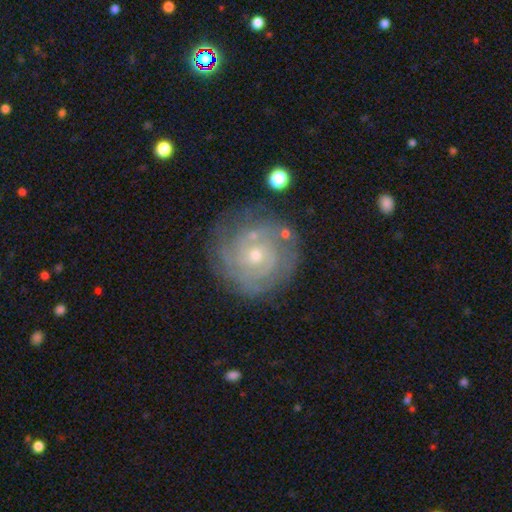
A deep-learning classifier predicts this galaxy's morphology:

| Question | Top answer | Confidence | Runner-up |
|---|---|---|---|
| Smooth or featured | featured or disk | 76% | smooth (17%) |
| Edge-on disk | no | 97% | yes (3%) |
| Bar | no | 80% | weak (17%) |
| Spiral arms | yes | 86% | no (14%) |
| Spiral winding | tight | 76% | medium (19%) |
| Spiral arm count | can't tell | 43% | 2 (21%) |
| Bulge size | small | 53% | moderate (43%) |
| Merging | none | 74% | minor disturbance (16%) |